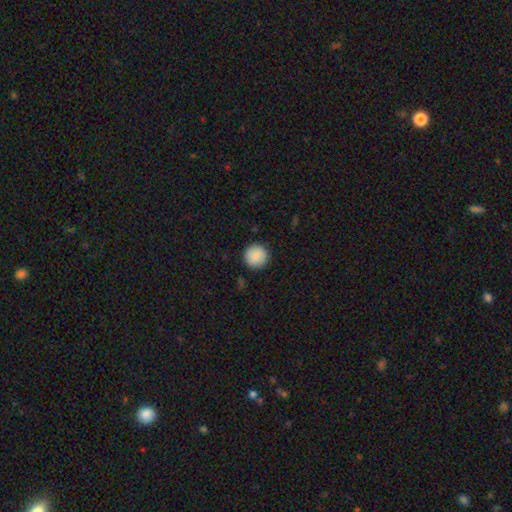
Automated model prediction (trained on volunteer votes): Morphology: type=smooth (87%); roundness=round (95%); merging=none (90%).